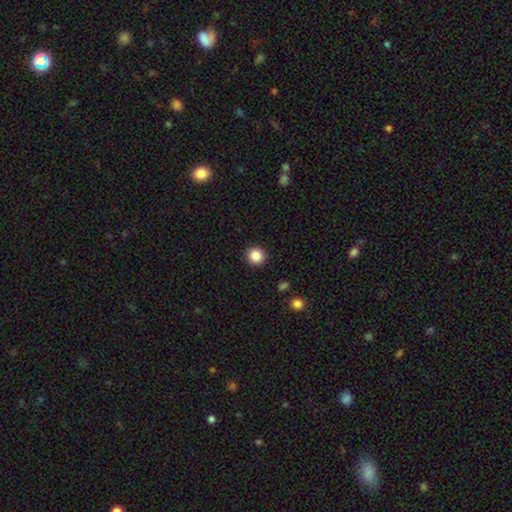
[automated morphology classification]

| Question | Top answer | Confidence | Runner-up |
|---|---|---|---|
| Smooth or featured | smooth | 87% | star or artifact (10%) |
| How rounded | round | 95% | in between (4%) |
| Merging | none | 92% | minor disturbance (5%) |